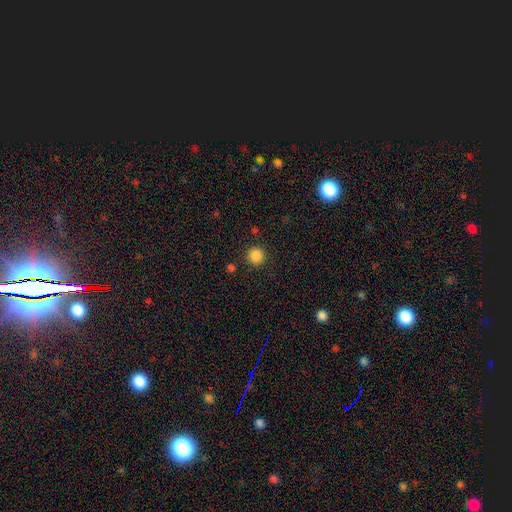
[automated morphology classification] The model was most divided on "smooth or featured": smooth: 86%, star or artifact: 11%, featured or disk: 3%. More confident: how rounded — round (94%); merging — none (89%).